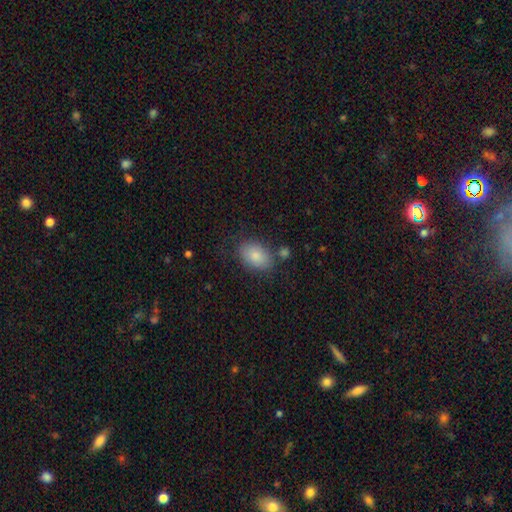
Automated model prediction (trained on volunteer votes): The model was most divided on "merging": none: 74%, minor disturbance: 16%, merger: 6%, major disturbance: 5%. More confident: smooth or featured — smooth (84%); how rounded — in between (84%).